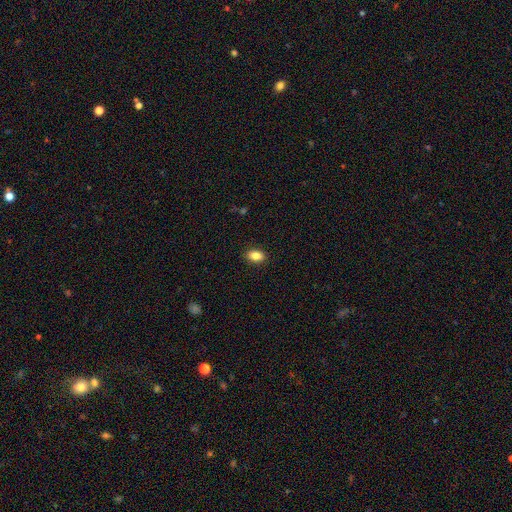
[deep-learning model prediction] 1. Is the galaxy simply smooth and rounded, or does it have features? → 85% smooth, 8% star or artifact, 6% featured or disk.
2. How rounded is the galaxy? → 84% in between, 14% round, 2% cigar-shaped.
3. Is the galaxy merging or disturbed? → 90% none, 8% minor disturbance, 2% major disturbance, 1% merger.